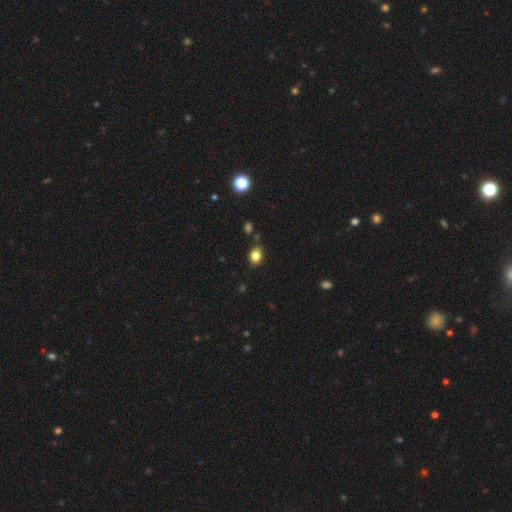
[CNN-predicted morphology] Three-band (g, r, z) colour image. It shows a smooth galaxy with no disk features (82%) that is in between round and cigar-shaped (62%). Merging: none (80%).